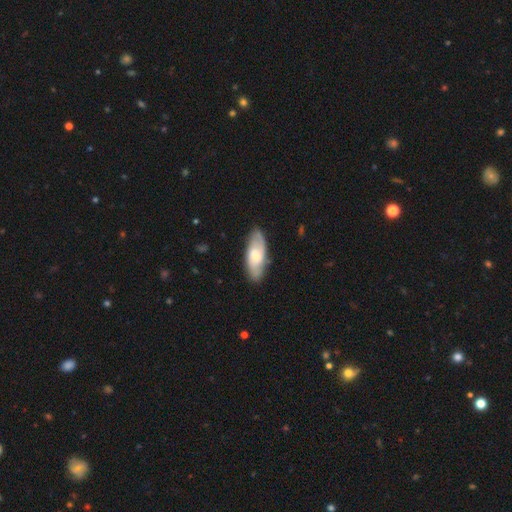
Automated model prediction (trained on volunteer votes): Smooth or featured: featured or disk — 51% (smooth — 43%)
Edge-on disk: no — 85% (yes — 15%)
Merging: none — 79% (minor disturbance — 16%)